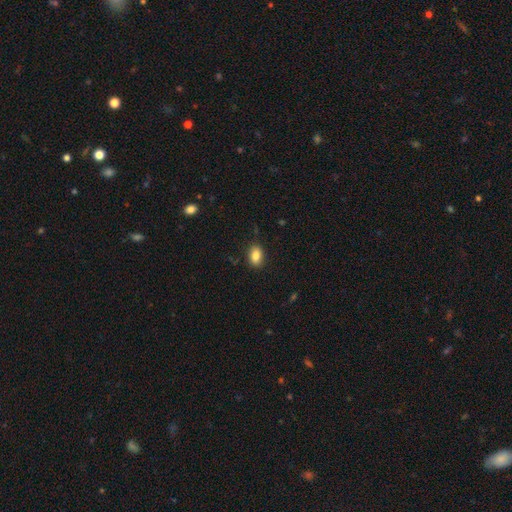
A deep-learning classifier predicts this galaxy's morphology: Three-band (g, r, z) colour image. It shows a smooth galaxy with no disk features (84%) that is in between round and cigar-shaped (82%). Merging: none (87%).